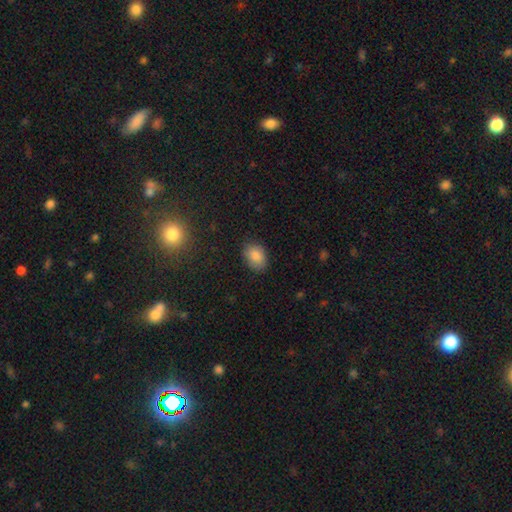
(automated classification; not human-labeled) Smooth or featured: smooth — 86% (star or artifact — 9%)
How rounded: in between — 74% (round — 25%)
Merging: none — 81% (minor disturbance — 15%)